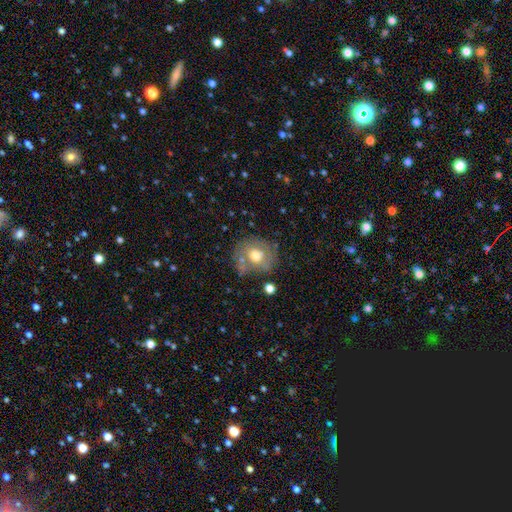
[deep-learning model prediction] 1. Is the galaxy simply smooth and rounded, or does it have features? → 56% smooth, 35% featured or disk, 9% star or artifact.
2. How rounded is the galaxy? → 76% round, 23% in between, 1% cigar-shaped.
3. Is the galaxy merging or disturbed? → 58% none, 21% minor disturbance, 11% merger, 10% major disturbance.